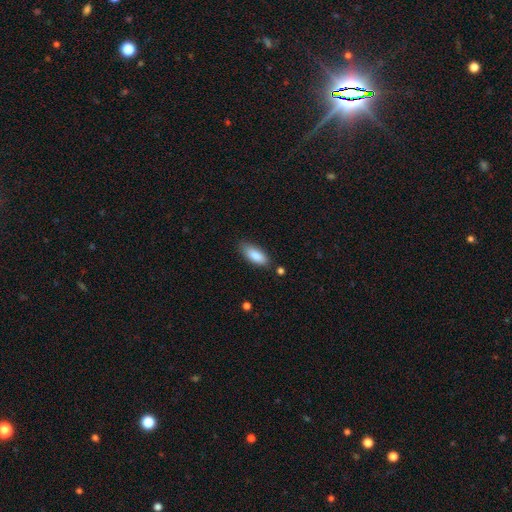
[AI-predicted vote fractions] Smooth or featured? smooth (86%)
How rounded? in between (77%)
Merging? none (79%)